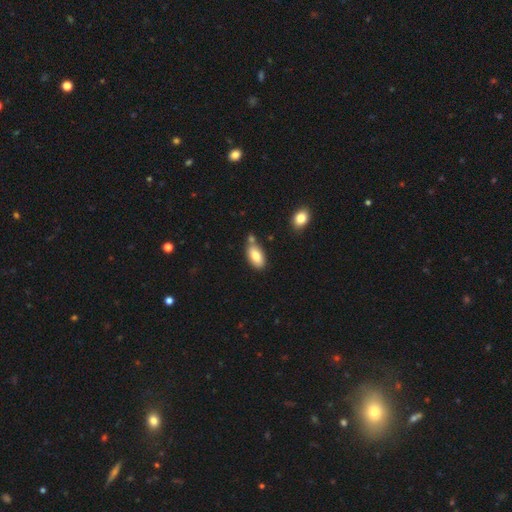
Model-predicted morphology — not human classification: This appears to be a smooth galaxy with no disk features (80%) that is in between round and cigar-shaped (92%). Merging: none (67%).